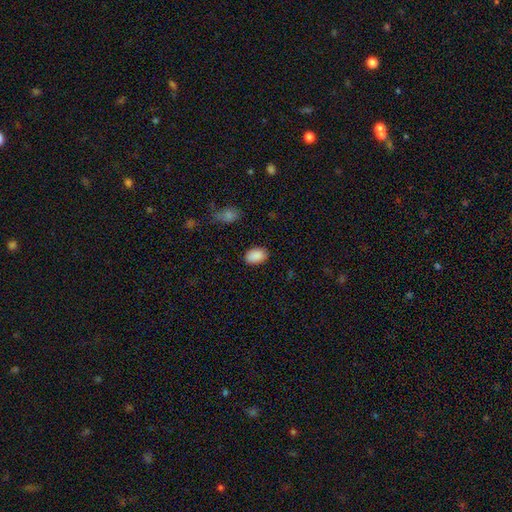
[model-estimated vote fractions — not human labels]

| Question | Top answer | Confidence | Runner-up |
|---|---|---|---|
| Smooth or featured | smooth | 90% | star or artifact (7%) |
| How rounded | in between | 87% | round (12%) |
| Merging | none | 85% | minor disturbance (11%) |